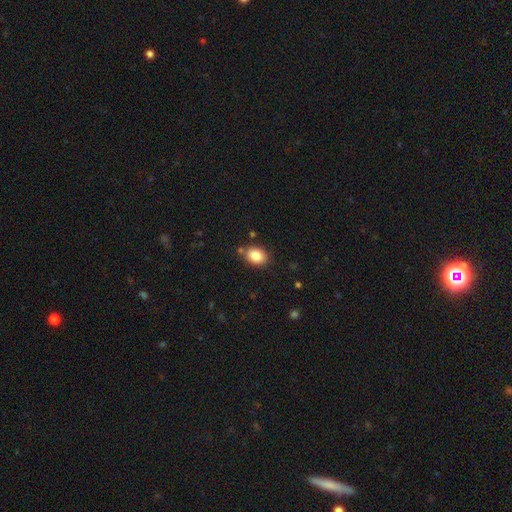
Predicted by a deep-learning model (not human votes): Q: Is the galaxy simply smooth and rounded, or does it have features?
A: smooth — 85%.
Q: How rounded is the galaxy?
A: in between — 67%.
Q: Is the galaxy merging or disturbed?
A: none — 81%.